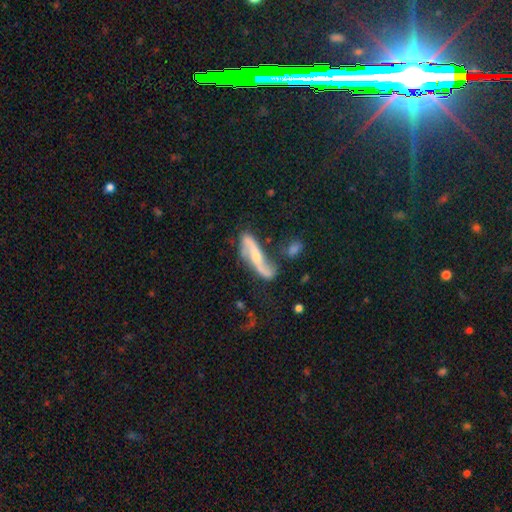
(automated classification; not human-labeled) Smooth or featured? featured or disk (78%)
Edge-on disk? no (80%)
Bar? no (43%)
Spiral arms? yes (92%)
Spiral winding? loose (74%)
Spiral arm count? 2 (91%)
Bulge size? small (45%)
Merging? none (60%)